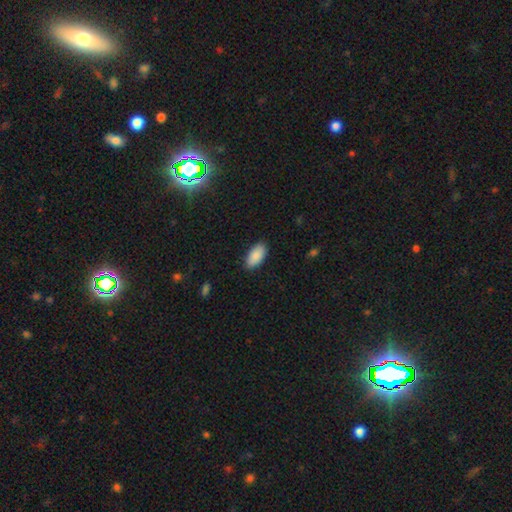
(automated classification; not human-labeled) Smooth or featured? Predicted: smooth (p=0.89). How rounded? Predicted: in between (p=0.94). Merging? Predicted: none (p=0.87).